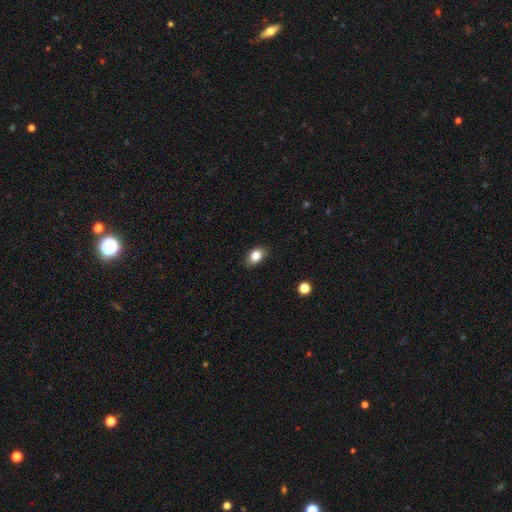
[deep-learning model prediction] Morphology: type=smooth (83%); roundness=in between (82%); merging=none (84%).